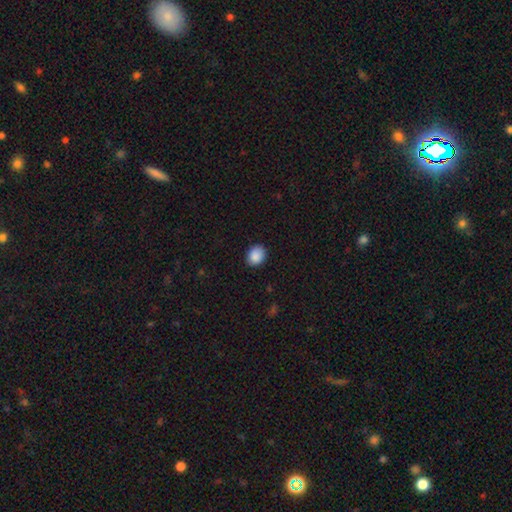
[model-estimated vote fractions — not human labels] This appears to be a smooth galaxy with no disk features (89%) that is round (56%). Merging: none (85%).